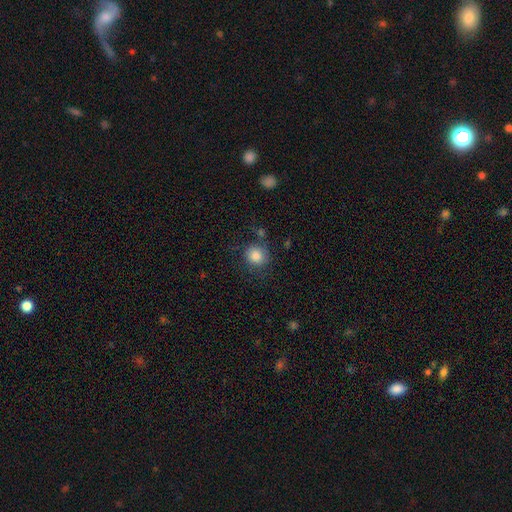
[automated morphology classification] Smooth or featured: smooth — 84% (star or artifact — 9%)
How rounded: round — 83% (in between — 16%)
Merging: none — 72% (minor disturbance — 17%)